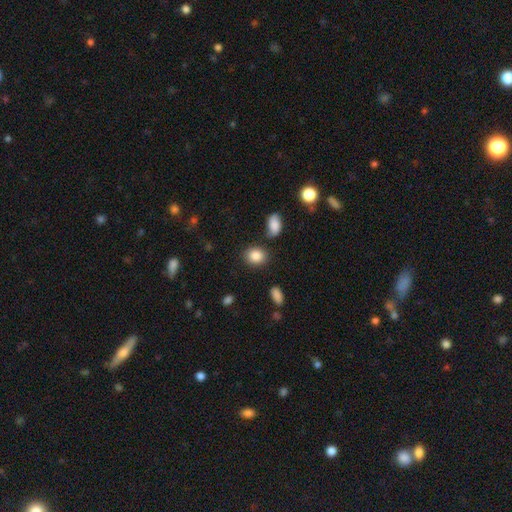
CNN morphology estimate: smooth 86%, star or artifact 8%, featured or disk 6%. Down the decision tree: how rounded — round (51%); merging — none (81%).